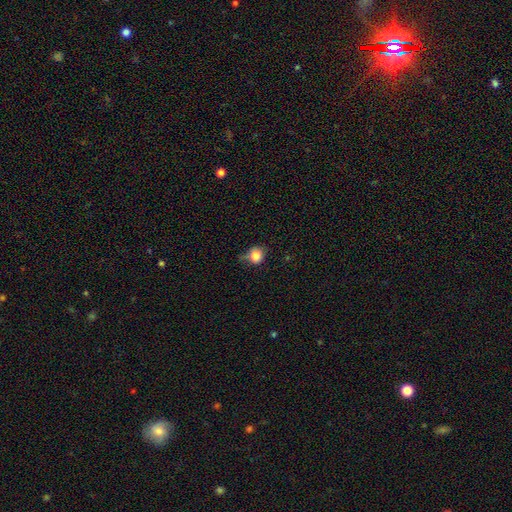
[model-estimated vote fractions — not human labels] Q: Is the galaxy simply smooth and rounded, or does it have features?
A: smooth — 83%.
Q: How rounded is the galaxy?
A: round — 81%.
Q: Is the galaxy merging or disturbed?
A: none — 55%.